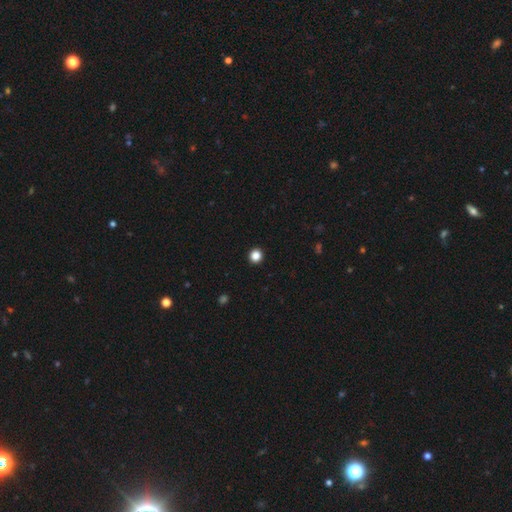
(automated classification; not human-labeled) Smooth or featured? smooth (85%)
How rounded? round (93%)
Merging? none (94%)